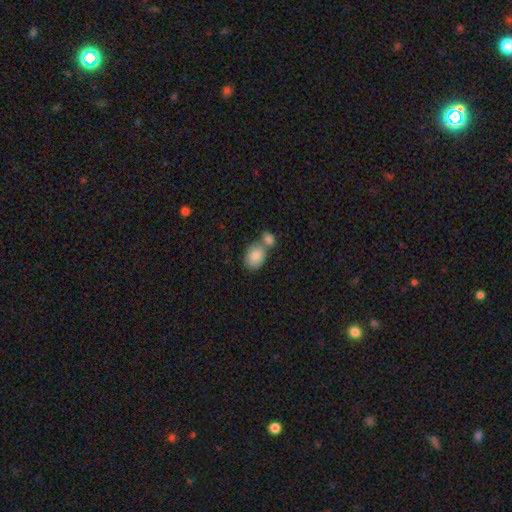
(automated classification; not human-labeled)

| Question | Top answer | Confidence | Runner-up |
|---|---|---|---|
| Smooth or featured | smooth | 84% | featured or disk (9%) |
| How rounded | in between | 69% | round (30%) |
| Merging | merger | 46% | none (40%) |